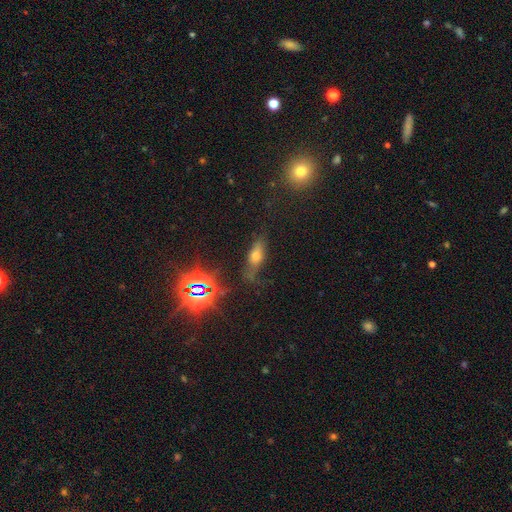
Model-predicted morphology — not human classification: Smooth or featured?
  - smooth: 45% *
  - star or artifact: 28%
  - featured or disk: 27%
Merging?
  - none: 69% *
  - minor disturbance: 20%
  - major disturbance: 8%
  - merger: 3%